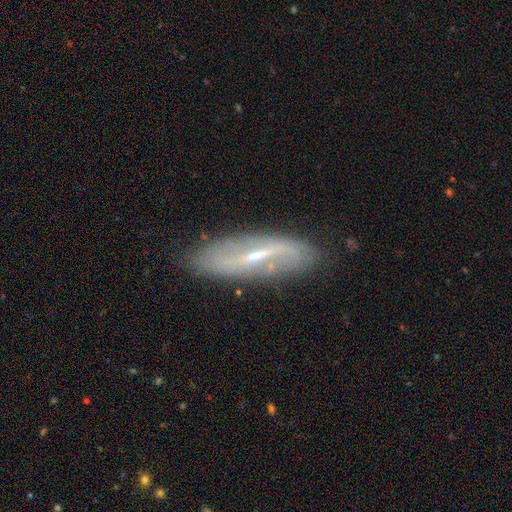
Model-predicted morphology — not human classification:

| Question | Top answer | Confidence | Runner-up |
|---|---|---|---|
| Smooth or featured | featured or disk | 73% | smooth (19%) |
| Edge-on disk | no | 71% | yes (29%) |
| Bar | strong | 51% | weak (35%) |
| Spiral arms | yes | 70% | no (30%) |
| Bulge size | small | 66% | moderate (28%) |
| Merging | none | 81% | minor disturbance (13%) |